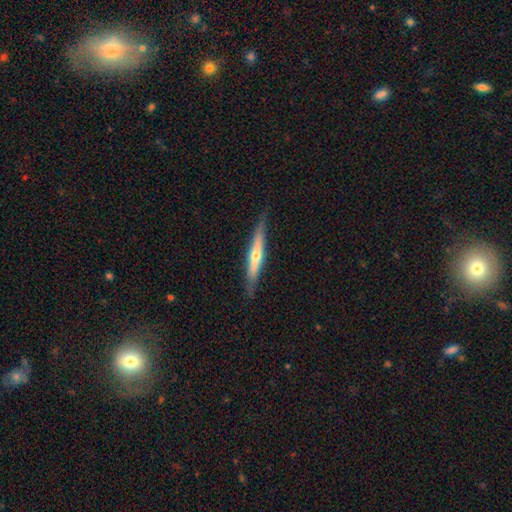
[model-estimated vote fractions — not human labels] Smooth or featured?
  - featured or disk: 58% *
  - smooth: 36%
  - star or artifact: 6%
Edge-on disk?
  - yes: 93% *
  - no: 7%
Edge-on bulge?
  - rounded: 79% *
  - none: 17%
  - boxy: 4%
Merging?
  - none: 83% *
  - minor disturbance: 13%
  - major disturbance: 2%
  - merger: 1%